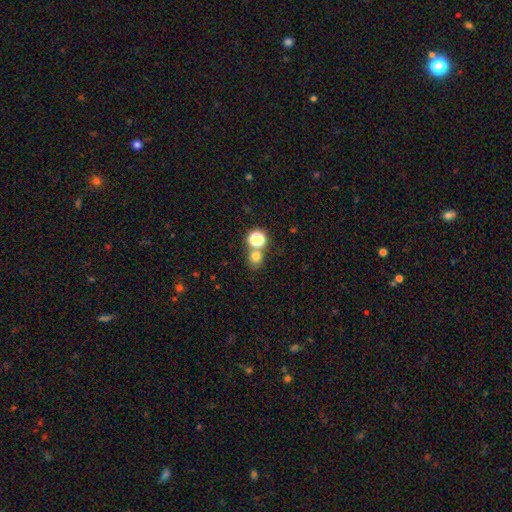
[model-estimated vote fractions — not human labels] A smooth galaxy with no disk features (72%) that is round (78%).

Vote fractions:
- Smooth or featured? smooth: 72% / star or artifact: 20% / featured or disk: 8%
- How rounded? round: 78% / in between: 21% / cigar-shaped: 1%
- Merging? none: 60% / merger: 30% / minor disturbance: 7% / major disturbance: 3%